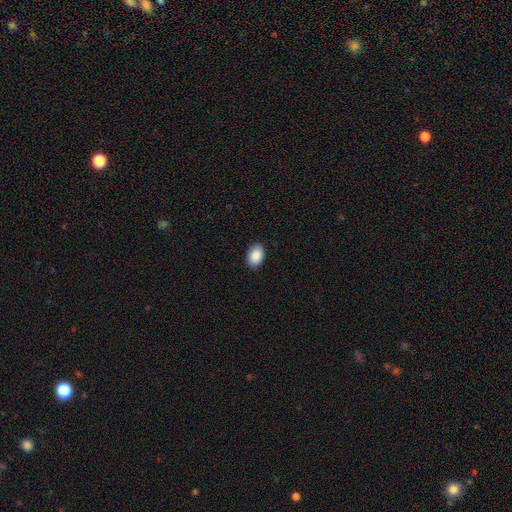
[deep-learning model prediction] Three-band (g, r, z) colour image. It shows a smooth galaxy with no disk features (90%) that is in between round and cigar-shaped (87%). Merging: none (88%).